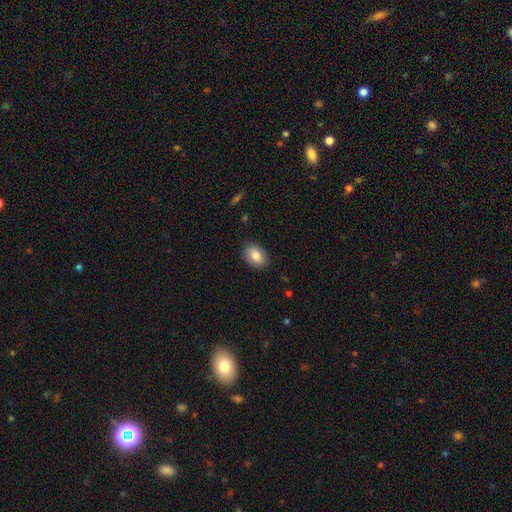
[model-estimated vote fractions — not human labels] The model was most divided on "how rounded": in between: 82%, round: 17%, cigar-shaped: 1%. More confident: merging — none (86%); smooth or featured — smooth (82%).